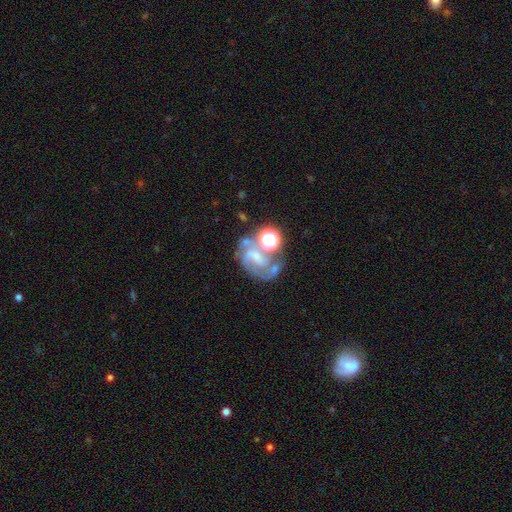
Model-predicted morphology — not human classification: Overall: featured or disk (64%). Edge-on disk: no (97%). Bar: no (45%; weak 36%). Spiral arms: yes (78%). Bulge size: small (32%; none 30%). Merging: none (34%; merger 27%).